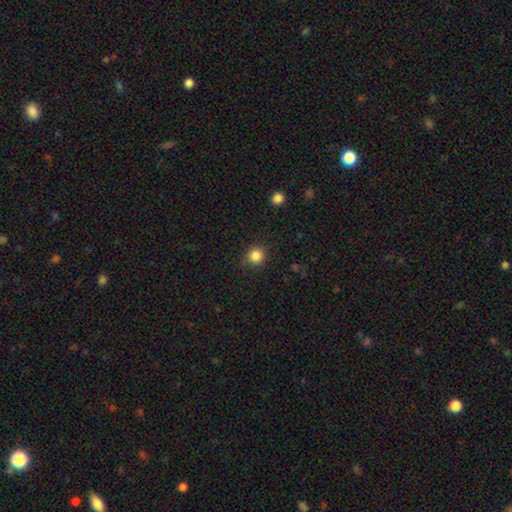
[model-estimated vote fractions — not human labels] smooth-or-featured: smooth: 85% | star or artifact: 11% | featured or disk: 4%
  how-rounded: round: 91% | in between: 8% | cigar-shaped: 1%
  merging: none: 87% | minor disturbance: 9% | major disturbance: 3% | merger: 1%